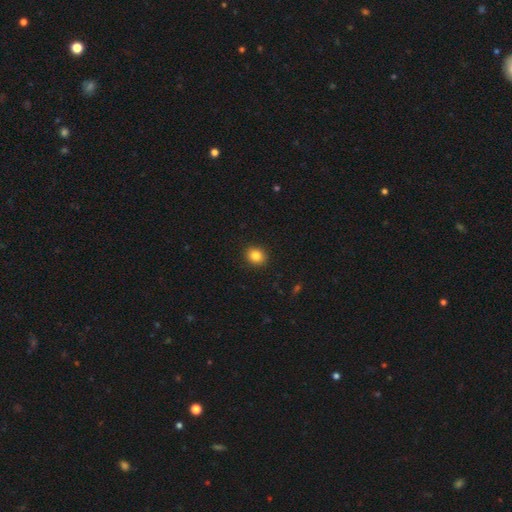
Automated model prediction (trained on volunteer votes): Morphology: type=smooth (84%); roundness=round (71%); merging=none (91%).